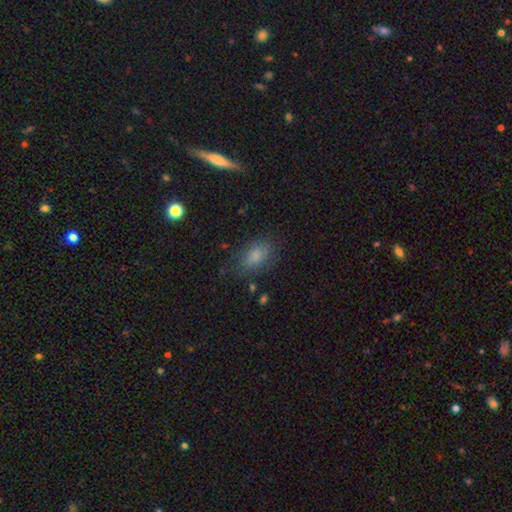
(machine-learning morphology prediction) Overall: smooth (79%). How rounded: in between (86%). Merging: none (72%).